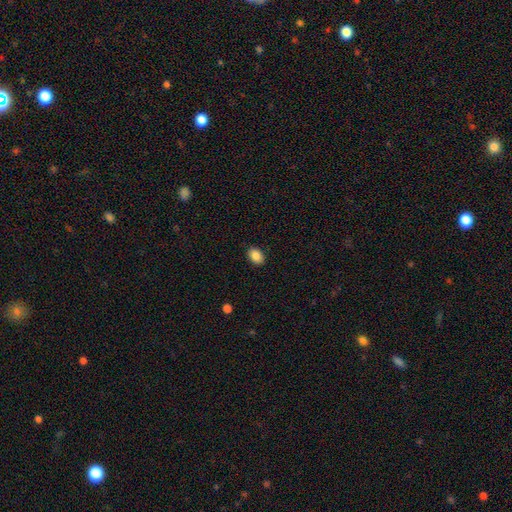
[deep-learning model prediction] smooth_or_featured: smooth (p=0.87) [alt: star or artifact p=0.08]
how_rounded: in between (p=0.78) [alt: round p=0.21]
merging: none (p=0.89) [alt: minor disturbance p=0.08]